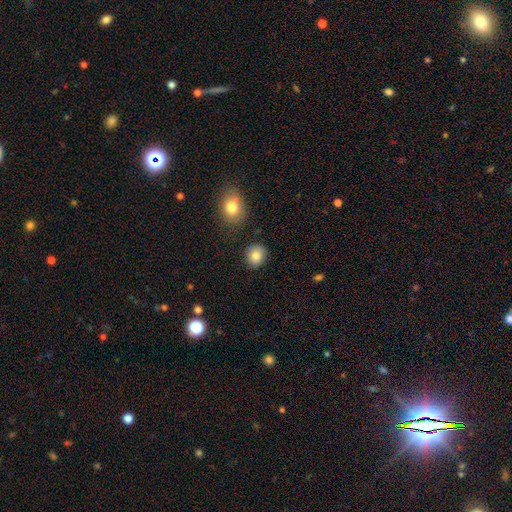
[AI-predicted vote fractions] This appears to be a smooth galaxy with no disk features (86%) that is round (78%). Merging: none (85%).